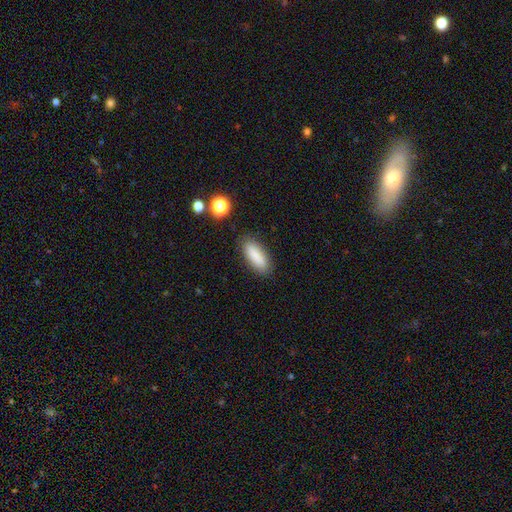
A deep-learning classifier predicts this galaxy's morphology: Smooth or featured?
  - smooth: 87% *
  - star or artifact: 7%
  - featured or disk: 6%
How rounded?
  - in between: 67% *
  - cigar-shaped: 31%
  - round: 2%
Merging?
  - none: 86% *
  - minor disturbance: 10%
  - major disturbance: 3%
  - merger: 2%